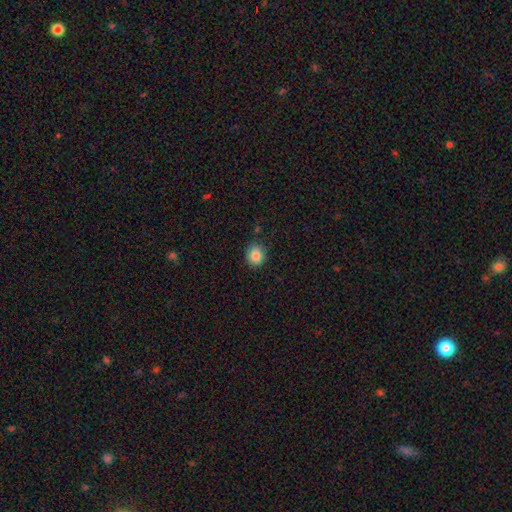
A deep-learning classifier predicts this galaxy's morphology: Smooth or featured? Predicted: smooth (p=0.86). How rounded? Predicted: round (p=0.84). Merging? Predicted: none (p=0.87).